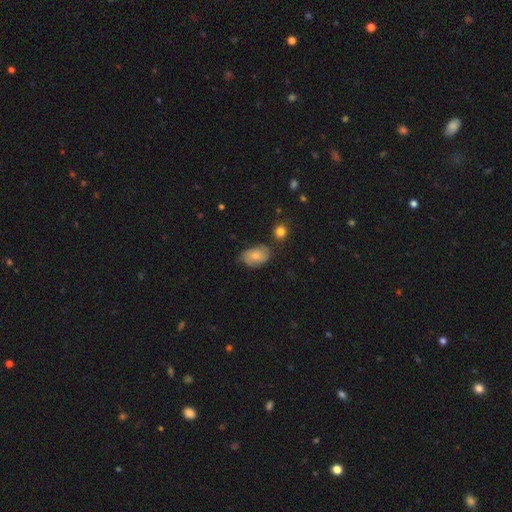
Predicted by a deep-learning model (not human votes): Q: Smooth or featured?
A: smooth (67%); runner-up: featured or disk (25%)
Q: How rounded?
A: in between (86%); runner-up: round (13%)
Q: Merging?
A: none (62%); runner-up: minor disturbance (27%)